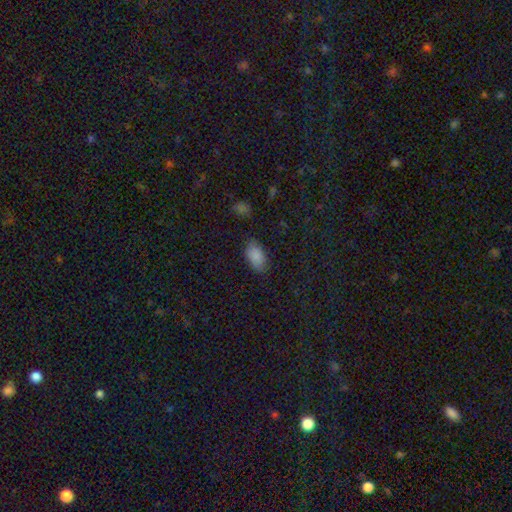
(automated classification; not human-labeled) smooth_or_featured: smooth (p=0.85) [alt: star or artifact p=0.10]
how_rounded: in between (p=0.93) [alt: round p=0.04]
merging: none (p=0.79) [alt: minor disturbance p=0.15]